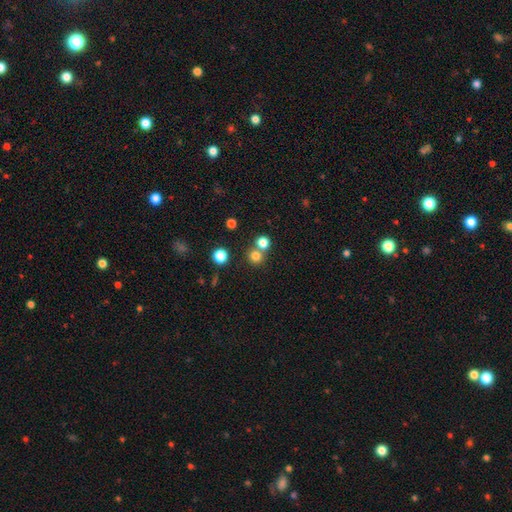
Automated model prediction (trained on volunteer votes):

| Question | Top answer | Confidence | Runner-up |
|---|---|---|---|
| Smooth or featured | smooth | 77% | star or artifact (16%) |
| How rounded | round | 91% | in between (8%) |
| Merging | none | 63% | merger (28%) |